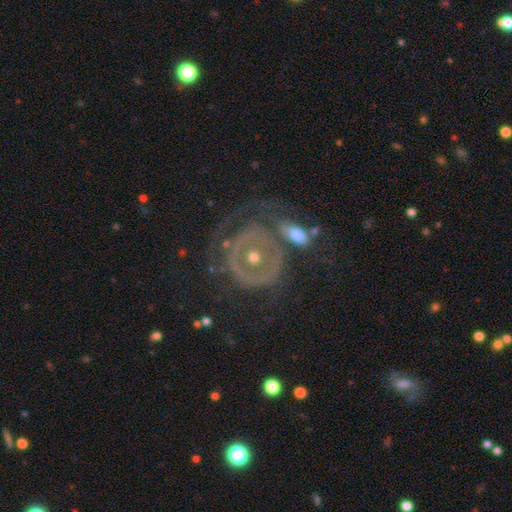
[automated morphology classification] A featured or disk galaxy (75%) with no bar (75%), spiral arms (57%) and a small central bulge (53%).

Vote fractions:
- Smooth or featured? featured or disk: 75% / smooth: 16% / star or artifact: 9%
- Edge-on disk? no: 96% / yes: 4%
- Bar? no: 75% / weak: 17% / strong: 8%
- Spiral arms? yes: 57% / no: 43%
- Bulge size? small: 53% / moderate: 42% / large: 2% / none: 2% / dominant: 1%
- Merging? none: 52% / merger: 18% / minor disturbance: 16% / major disturbance: 14%